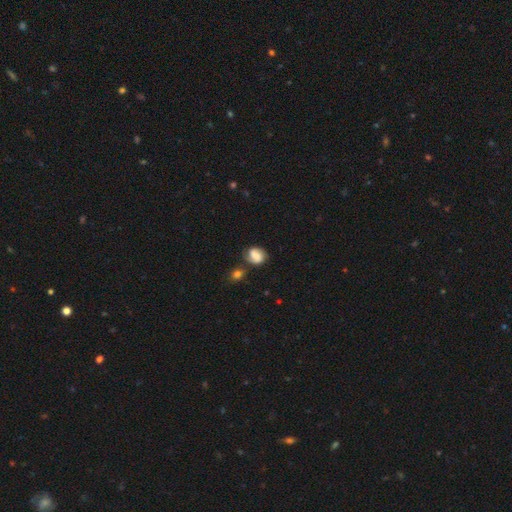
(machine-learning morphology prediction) Q: Smooth or featured?
A: smooth (65%); runner-up: featured or disk (24%)
Q: How rounded?
A: round (51%); runner-up: in between (48%)
Q: Merging?
A: none (55%); runner-up: minor disturbance (25%)